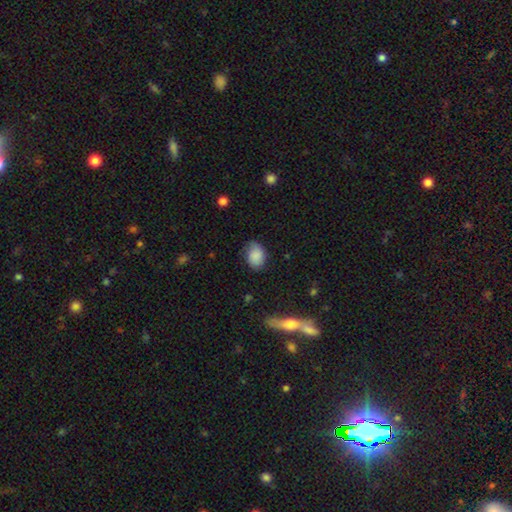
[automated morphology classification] The model was most divided on "merging": none: 62%, minor disturbance: 28%, major disturbance: 8%, merger: 2%. More confident: smooth or featured — smooth (78%); how rounded — in between (75%).